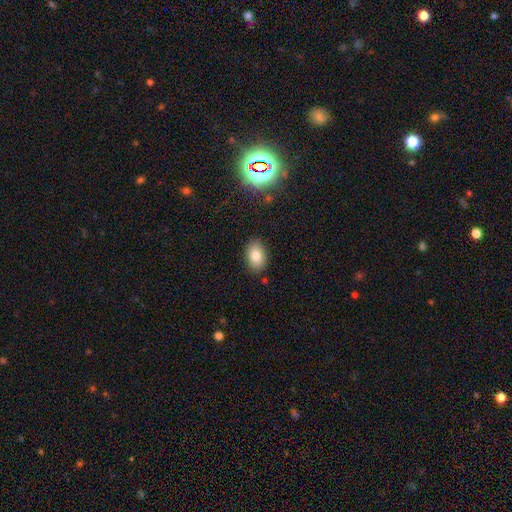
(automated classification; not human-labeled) Smooth or featured? smooth (81%)
How rounded? in between (87%)
Merging? none (86%)